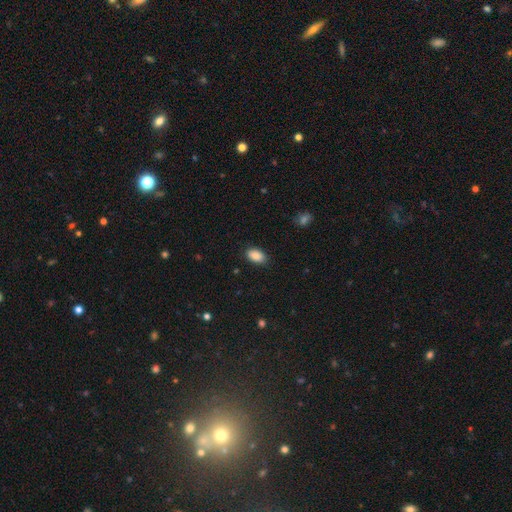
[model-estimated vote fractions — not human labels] This is clearly a smooth galaxy (88%). How rounded: clearly in between (93%). Merging: clearly none (87%).